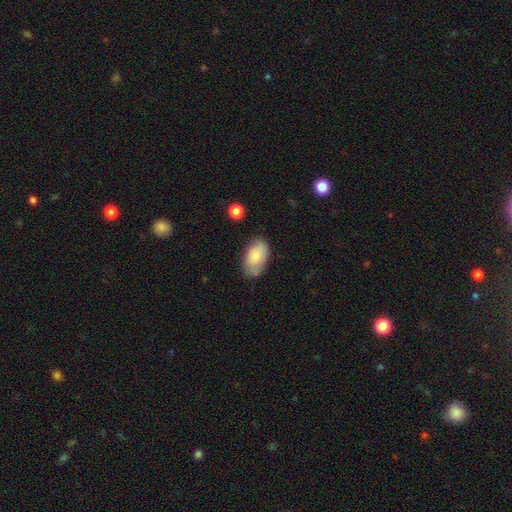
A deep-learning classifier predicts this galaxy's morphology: smooth-or-featured: smooth: 80% | featured or disk: 13% | star or artifact: 7%
  how-rounded: in between: 93% | round: 5% | cigar-shaped: 1%
  merging: none: 72% | minor disturbance: 21% | major disturbance: 5% | merger: 3%